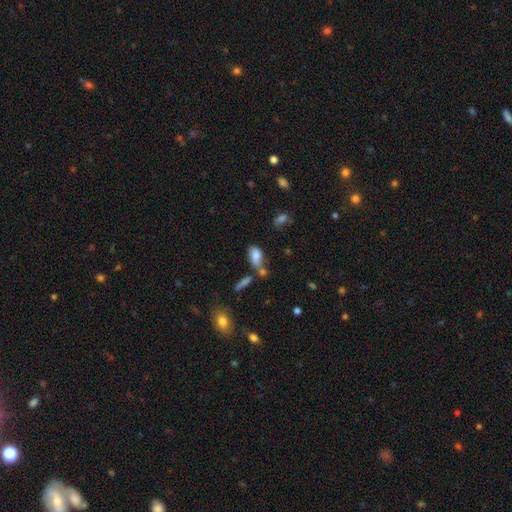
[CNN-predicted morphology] Smooth or featured: smooth — 76% (featured or disk — 14%)
How rounded: in between — 89% (cigar-shaped — 6%)
Merging: none — 38% (merger — 34%)